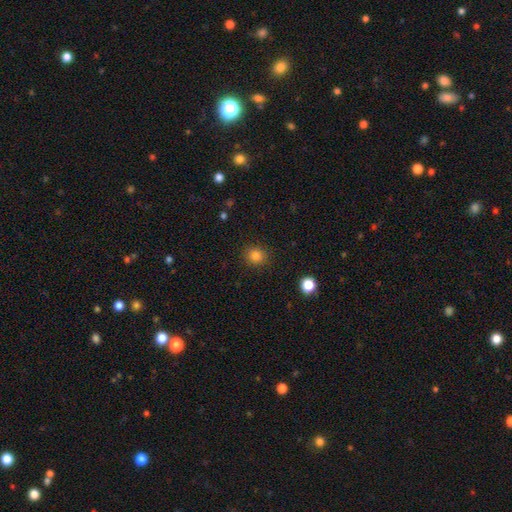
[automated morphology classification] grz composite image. It shows a smooth galaxy with no disk features (83%) that is round (87%). Merging: none (89%).